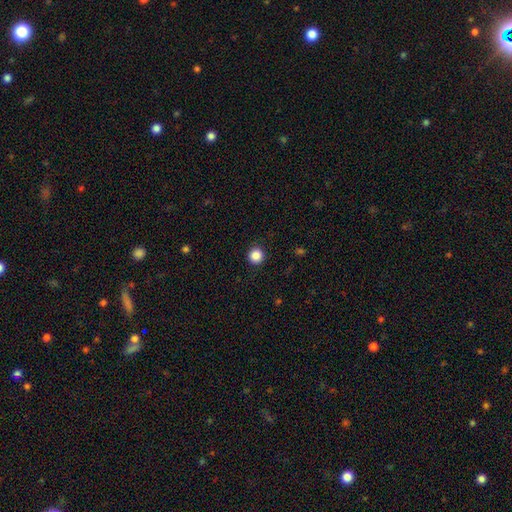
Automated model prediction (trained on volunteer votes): smooth_or_featured: smooth (p=0.87) [alt: star or artifact p=0.10]
how_rounded: round (p=0.95) [alt: in between p=0.04]
merging: none (p=0.92) [alt: minor disturbance p=0.05]